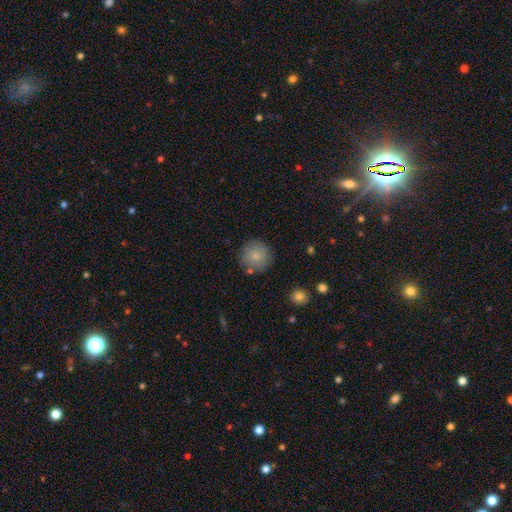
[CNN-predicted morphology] Smooth or featured?
  - smooth: 83% *
  - featured or disk: 9%
  - star or artifact: 8%
How rounded?
  - round: 95% *
  - in between: 4%
  - cigar-shaped: 1%
Merging?
  - none: 84% *
  - minor disturbance: 10%
  - merger: 3%
  - major disturbance: 3%